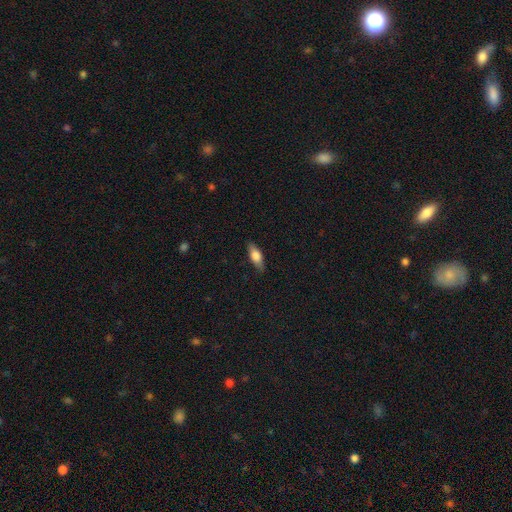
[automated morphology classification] This appears to be a smooth galaxy with no disk features (62%) that is in between round and cigar-shaped (65%). Merging: none (84%).